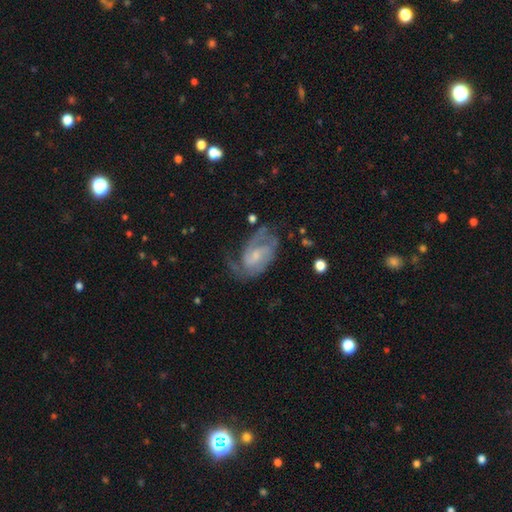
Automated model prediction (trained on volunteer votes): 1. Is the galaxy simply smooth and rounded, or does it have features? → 80% featured or disk, 14% smooth, 7% star or artifact.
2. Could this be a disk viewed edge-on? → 97% no, 3% yes.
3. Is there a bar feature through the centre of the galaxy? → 47% weak, 43% no, 10% strong.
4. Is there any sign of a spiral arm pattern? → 93% yes, 7% no.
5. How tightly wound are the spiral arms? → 47% medium, 36% tight, 17% loose.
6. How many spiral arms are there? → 57% 2, 18% can't tell, 11% 3, 9% 1, 3% 4, 2% more than 4.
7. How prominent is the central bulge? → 51% small, 29% moderate, 16% none, 4% large, 1% dominant.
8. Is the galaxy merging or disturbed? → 54% none, 23% minor disturbance, 20% major disturbance, 2% merger.